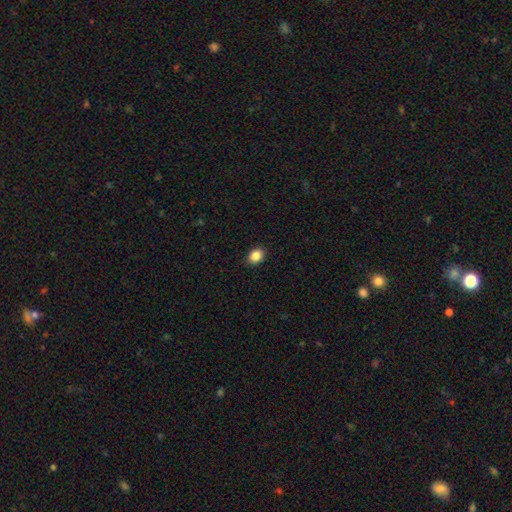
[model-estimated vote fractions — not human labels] smooth 87%, star or artifact 9%, featured or disk 4%. Down the decision tree: how rounded — in between (57%); merging — none (90%).